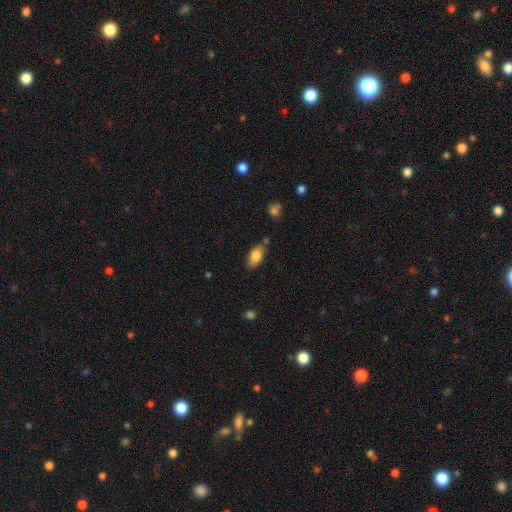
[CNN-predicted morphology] Smooth or featured: smooth — 83% (featured or disk — 10%)
How rounded: in between — 89% (cigar-shaped — 8%)
Merging: none — 74% (minor disturbance — 16%)